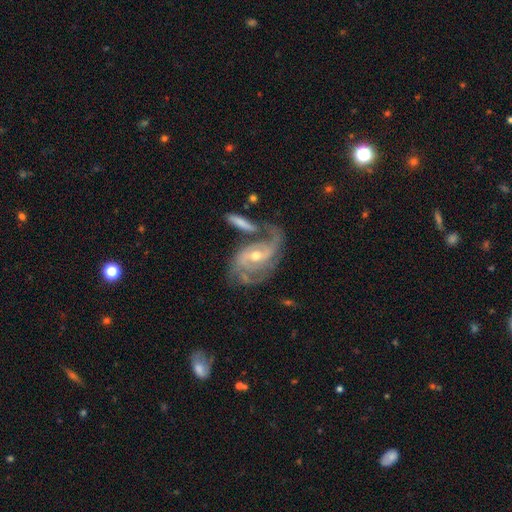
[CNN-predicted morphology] smooth_or_featured: featured or disk (p=0.89) [alt: smooth p=0.06]
disk_edge_on: no (p=0.96) [alt: yes p=0.04]
bar: weak (p=0.41) [alt: no p=0.40]
has_spiral_arms: yes (p=0.96) [alt: no p=0.04]
spiral_winding: medium (p=0.46) [alt: tight p=0.37]
spiral_arm_count: 2 (p=0.49) [alt: 3 p=0.19]
bulge_size: moderate (p=0.54) [alt: small p=0.42]
merging: none (p=0.49) [alt: minor disturbance p=0.19]